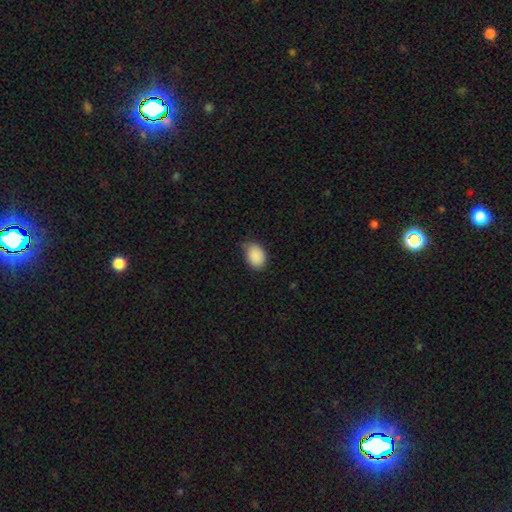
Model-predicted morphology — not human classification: A smooth galaxy with no disk features (90%) that is in between round and cigar-shaped (78%). Merging: none (68%).